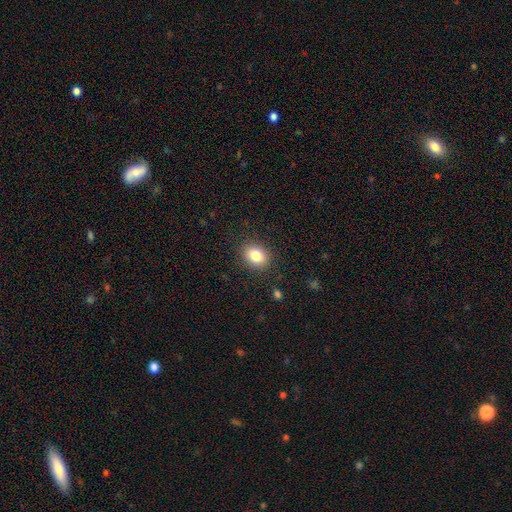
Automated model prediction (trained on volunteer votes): Q: Smooth or featured?
A: smooth (83%); runner-up: star or artifact (9%)
Q: How rounded?
A: in between (59%); runner-up: round (40%)
Q: Merging?
A: none (88%); runner-up: minor disturbance (8%)